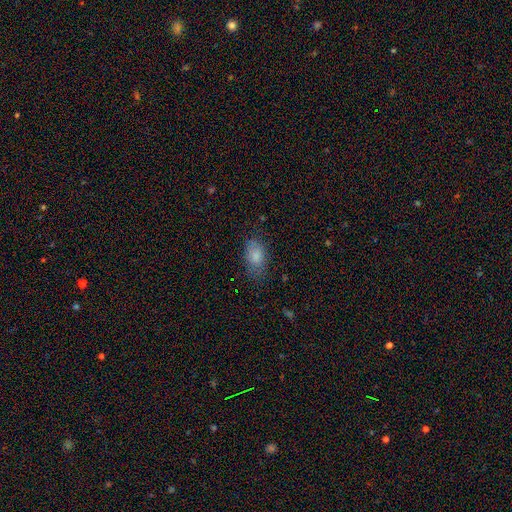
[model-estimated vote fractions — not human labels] A smooth galaxy with no disk features (83%) that is in between round and cigar-shaped (88%). Merging: none (70%).